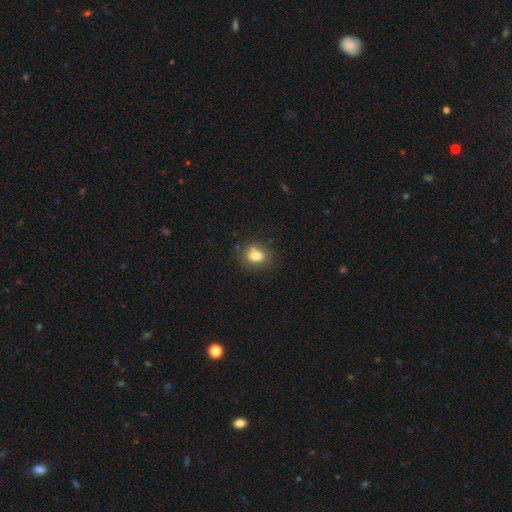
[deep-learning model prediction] Morphology: type=smooth (75%); roundness=round (52%); merging=none (63%).